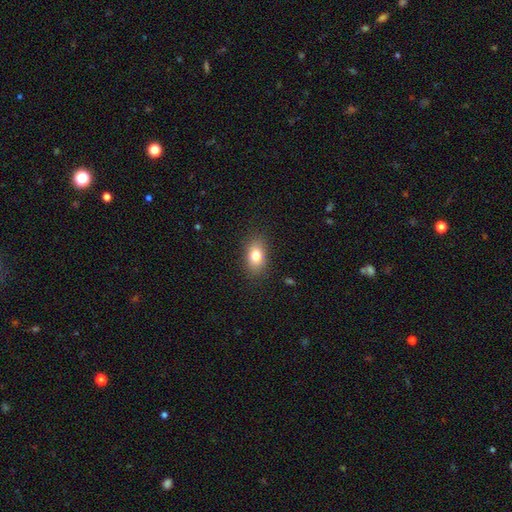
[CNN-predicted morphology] A smooth galaxy with no disk features (80%) that is in between round and cigar-shaped (83%). Merging: none (85%).